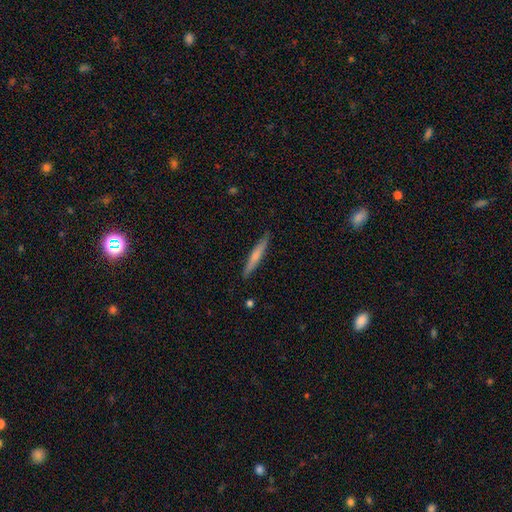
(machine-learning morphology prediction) smooth-or-featured: smooth: 62% | featured or disk: 32% | star or artifact: 5%
  how-rounded: cigar-shaped: 95% | in between: 4% | round: 1%
  merging: none: 88% | minor disturbance: 9% | major disturbance: 2% | merger: 1%